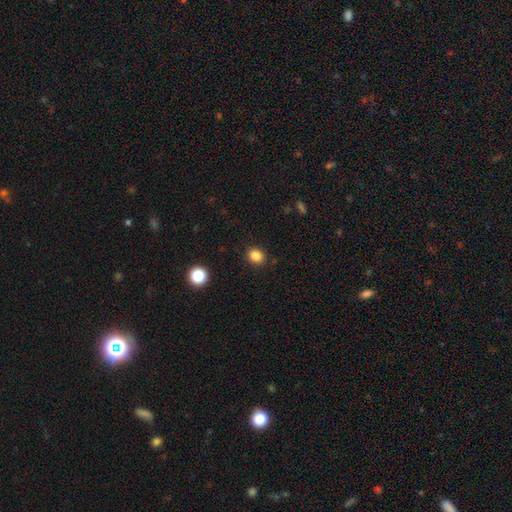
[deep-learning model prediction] Smooth or featured: smooth — 85% (star or artifact — 11%)
How rounded: round — 71% (in between — 28%)
Merging: none — 89% (minor disturbance — 7%)